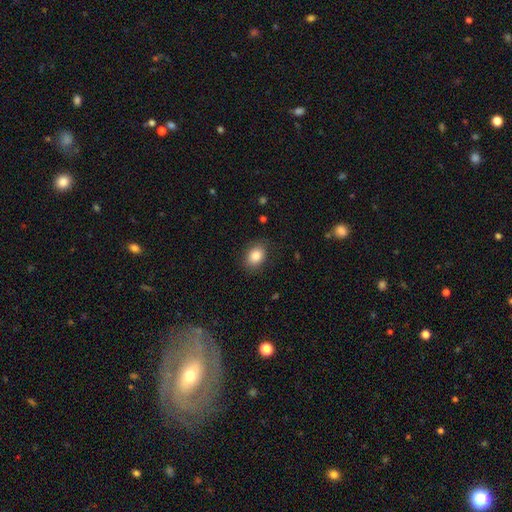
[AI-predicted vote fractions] Smooth or featured? Predicted: smooth (p=0.85). How rounded? Predicted: in between (p=0.66). Merging? Predicted: none (p=0.84).